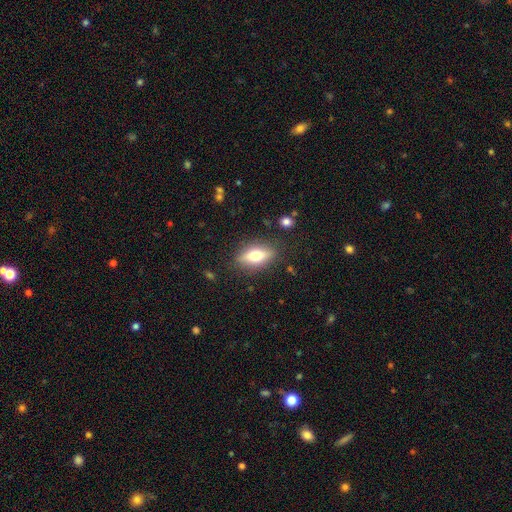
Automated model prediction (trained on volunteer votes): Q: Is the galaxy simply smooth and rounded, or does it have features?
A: smooth — 59%.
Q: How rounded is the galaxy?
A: in between — 75%.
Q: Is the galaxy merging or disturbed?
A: none — 84%.